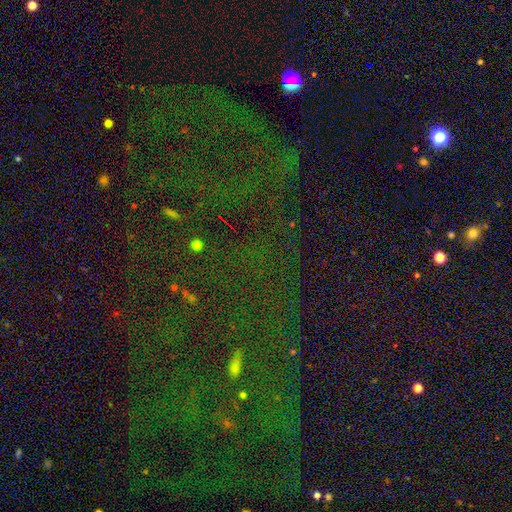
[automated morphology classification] smooth-or-featured: star or artifact: 81% | smooth: 10% | featured or disk: 9%